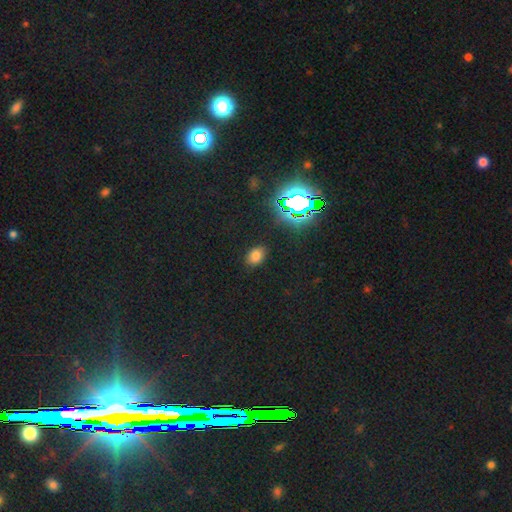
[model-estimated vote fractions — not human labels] Smooth or featured?
  - smooth: 71% *
  - star or artifact: 22%
  - featured or disk: 7%
How rounded?
  - in between: 75% *
  - round: 23%
  - cigar-shaped: 1%
Merging?
  - none: 86% *
  - minor disturbance: 10%
  - major disturbance: 3%
  - merger: 1%